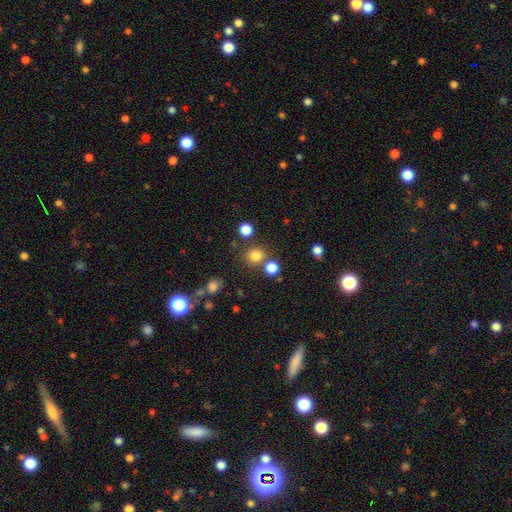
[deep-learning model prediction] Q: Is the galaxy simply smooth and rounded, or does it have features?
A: smooth — 79%.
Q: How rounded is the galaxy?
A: round — 89%.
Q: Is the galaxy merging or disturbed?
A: none — 76%.